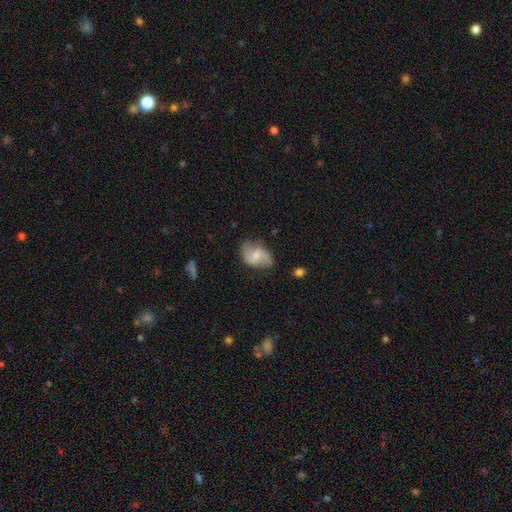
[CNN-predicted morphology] Smooth or featured?
  - featured or disk: 61% *
  - smooth: 32%
  - star or artifact: 7%
Edge-on disk?
  - no: 97% *
  - yes: 3%
Bar?
  - weak: 48% *
  - no: 40%
  - strong: 11%
Spiral arms?
  - yes: 89% *
  - no: 11%
Spiral winding?
  - loose: 52% *
  - medium: 36%
  - tight: 11%
Spiral arm count?
  - 2: 88% *
  - can't tell: 7%
  - 1: 3%
  - 3: 1%
  - 4: 1%
  - more than 4: 1%
Bulge size?
  - moderate: 47% *
  - small: 43%
  - none: 6%
  - large: 3%
  - dominant: 1%
Merging?
  - none: 67% *
  - minor disturbance: 24%
  - major disturbance: 7%
  - merger: 2%